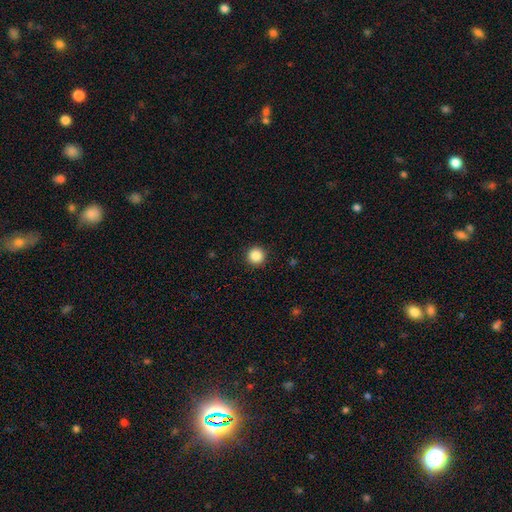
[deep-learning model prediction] A smooth galaxy with no disk features (87%) that is round (96%).

Vote fractions:
- Smooth or featured? smooth: 87% / star or artifact: 10% / featured or disk: 3%
- How rounded? round: 96% / in between: 3% / cigar-shaped: 1%
- Merging? none: 92% / minor disturbance: 5% / major disturbance: 2% / merger: 1%